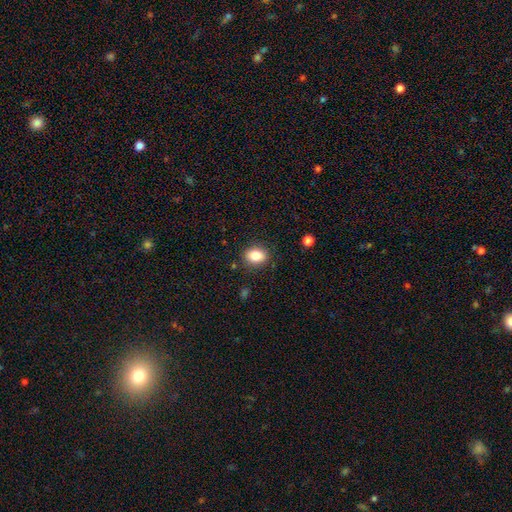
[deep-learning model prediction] Overall: smooth (84%). How rounded: in between (63%; round 35%). Merging: none (86%).